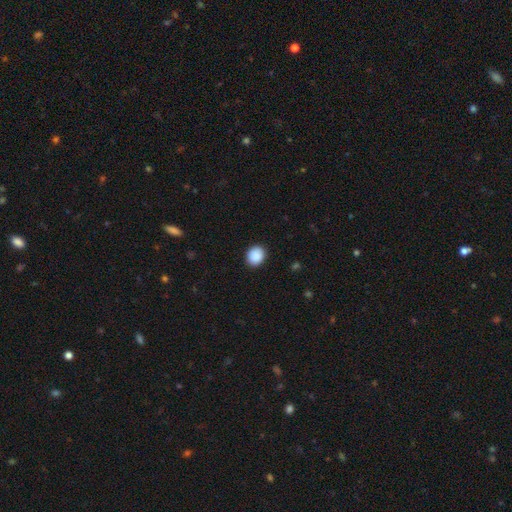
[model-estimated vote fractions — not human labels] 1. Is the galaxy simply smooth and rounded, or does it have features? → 90% smooth, 8% star or artifact, 2% featured or disk.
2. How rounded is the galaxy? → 66% round, 33% in between, 1% cigar-shaped.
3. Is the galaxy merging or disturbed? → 90% none, 7% minor disturbance, 2% major disturbance, 1% merger.